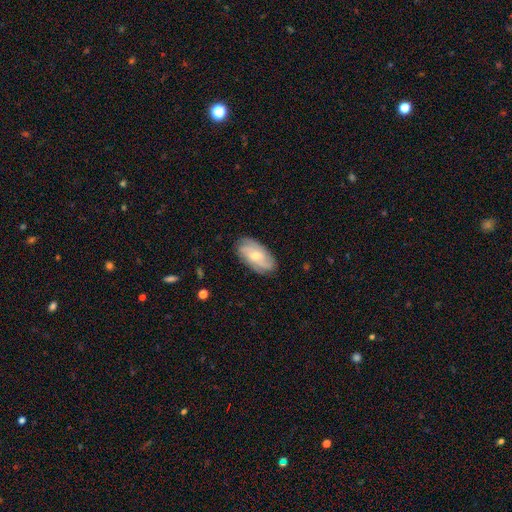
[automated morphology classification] featured or disk 57%, smooth 36%, star or artifact 7%. Down the decision tree: edge-on disk — no (92%); bar — no (53%); spiral arms — yes (83%); bulge size — moderate (48%); merging — none (81%).